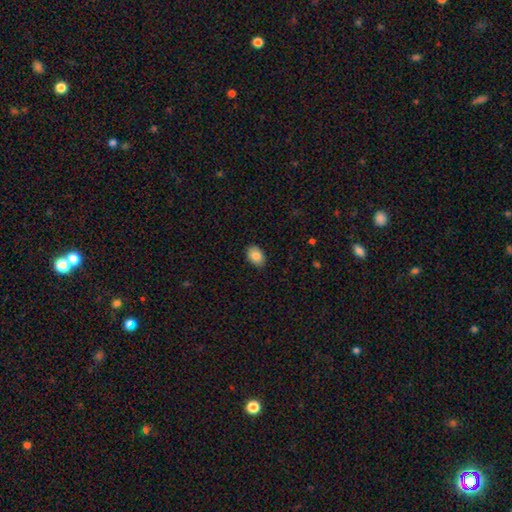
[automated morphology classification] A smooth galaxy with no disk features (88%) that is in between round and cigar-shaped (83%). Merging: none (87%).